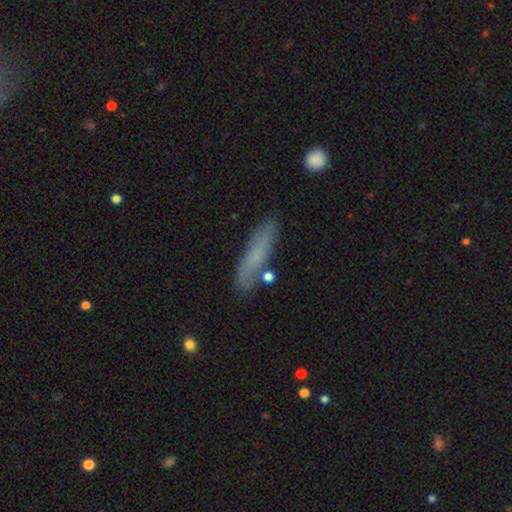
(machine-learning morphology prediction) Overall: smooth (67%). How rounded: cigar-shaped (81%). Merging: none (80%).